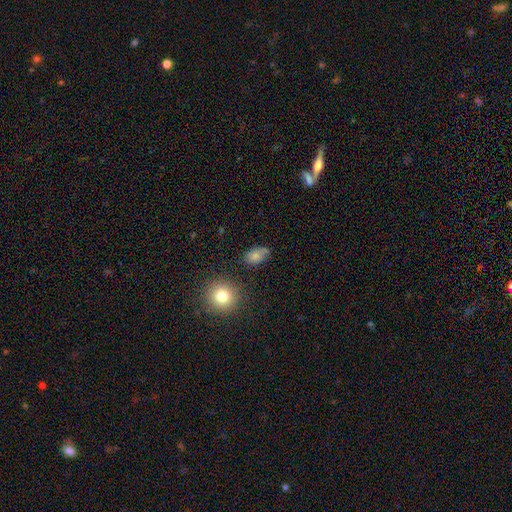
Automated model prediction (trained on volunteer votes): A smooth galaxy with no disk features (76%) that is in between round and cigar-shaped (81%). Merging: none (64%).